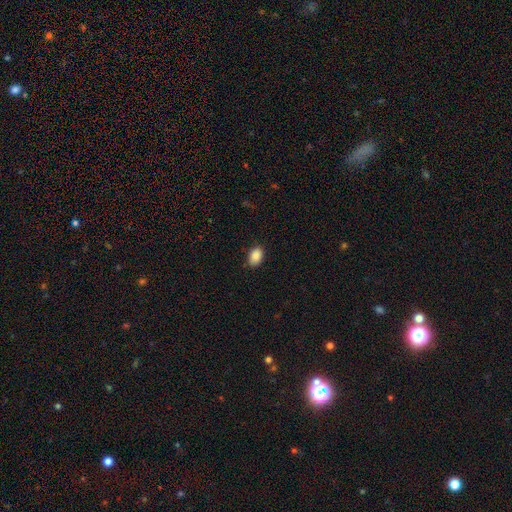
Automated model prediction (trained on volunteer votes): Smooth or featured: smooth — 88% (star or artifact — 8%)
How rounded: in between — 84% (round — 15%)
Merging: none — 83% (minor disturbance — 14%)